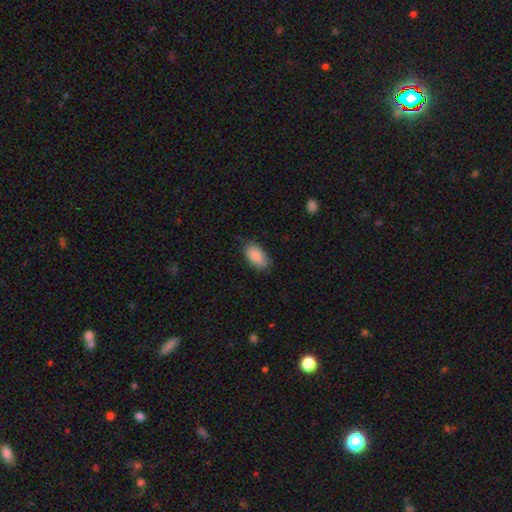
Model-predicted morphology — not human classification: smooth 88%, star or artifact 6%, featured or disk 5%. Down the decision tree: how rounded — in between (94%); merging — none (79%).